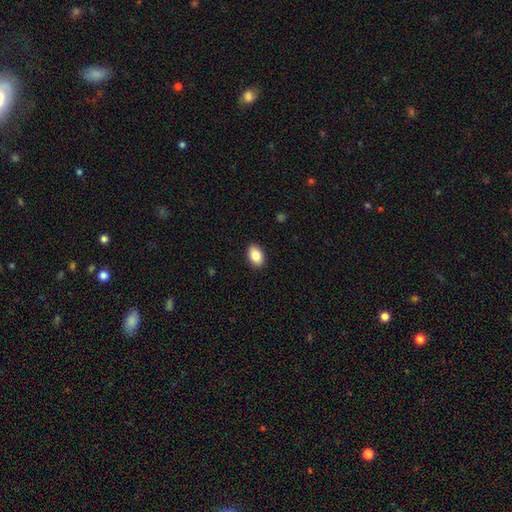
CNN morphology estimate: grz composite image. It shows a smooth galaxy with no disk features (86%) that is in between round and cigar-shaped (87%). Merging: none (90%).